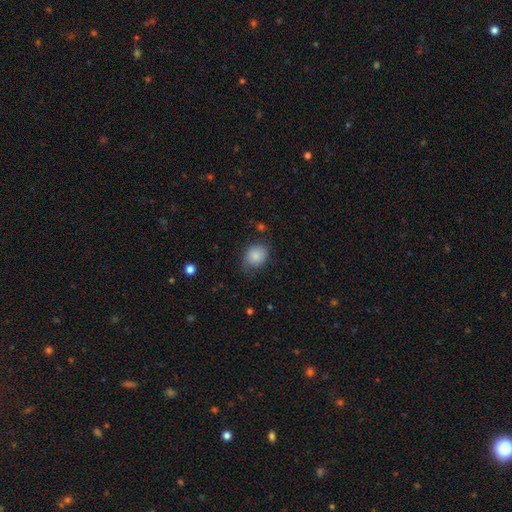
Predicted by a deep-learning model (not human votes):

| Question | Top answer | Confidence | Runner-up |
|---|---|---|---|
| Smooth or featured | smooth | 83% | featured or disk (9%) |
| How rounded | round | 52% | in between (47%) |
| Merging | none | 61% | minor disturbance (29%) |